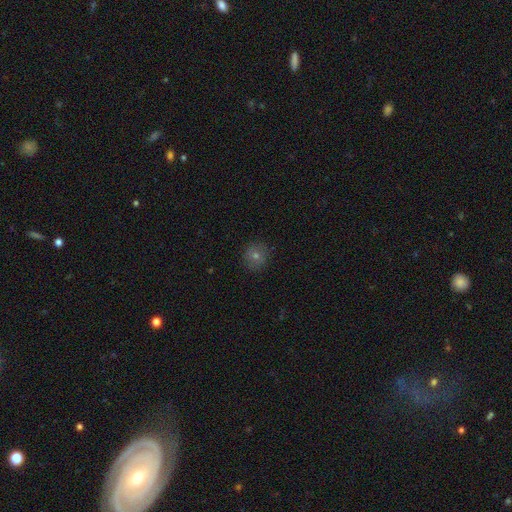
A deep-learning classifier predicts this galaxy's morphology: A smooth galaxy with no disk features (64%) that is round (92%).

Vote fractions:
- Smooth or featured? smooth: 64% / star or artifact: 20% / featured or disk: 16%
- How rounded? round: 92% / in between: 7% / cigar-shaped: 1%
- Merging? none: 88% / minor disturbance: 8% / major disturbance: 2% / merger: 1%